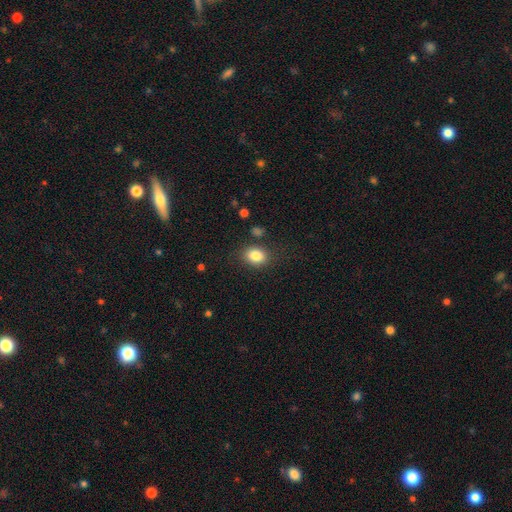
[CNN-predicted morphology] Smooth or featured: smooth — 84% (star or artifact — 9%)
How rounded: in between — 67% (round — 32%)
Merging: none — 81% (minor disturbance — 12%)